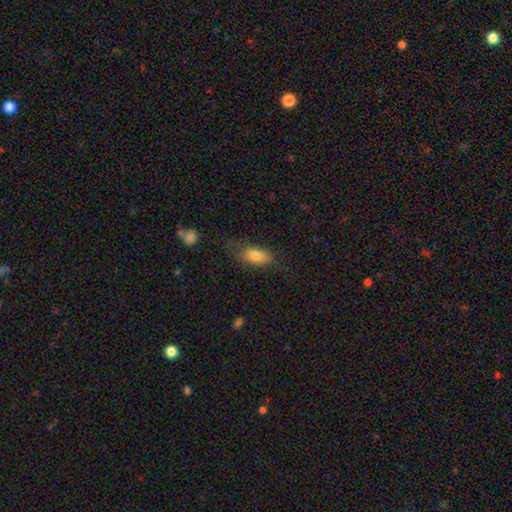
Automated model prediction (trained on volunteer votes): Morphology: type=smooth (81%); roundness=in between (88%); merging=none (66%).